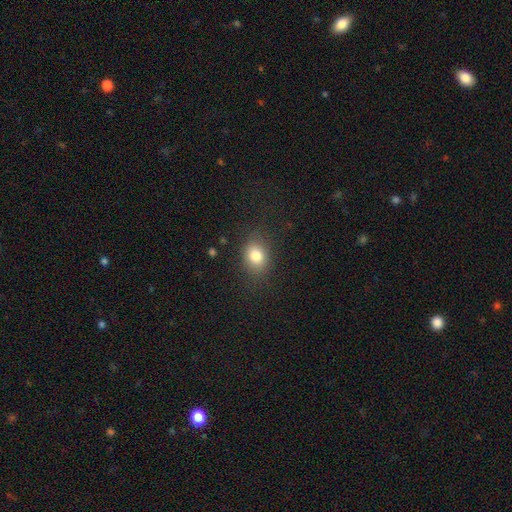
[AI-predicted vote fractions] Morphology: type=smooth (81%); roundness=in between (57%); merging=none (81%).